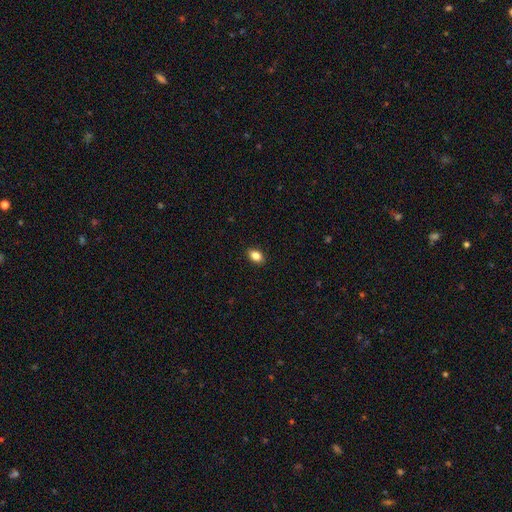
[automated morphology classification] Smooth or featured: smooth — 85% (star or artifact — 9%)
How rounded: in between — 83% (round — 15%)
Merging: none — 90% (minor disturbance — 8%)